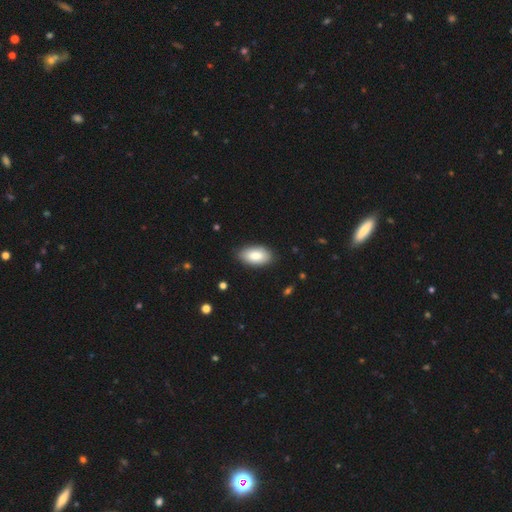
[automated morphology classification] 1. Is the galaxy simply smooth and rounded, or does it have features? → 84% smooth, 10% featured or disk, 6% star or artifact.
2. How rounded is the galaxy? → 95% in between, 3% round, 3% cigar-shaped.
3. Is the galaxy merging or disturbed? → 85% none, 11% minor disturbance, 2% major disturbance, 1% merger.